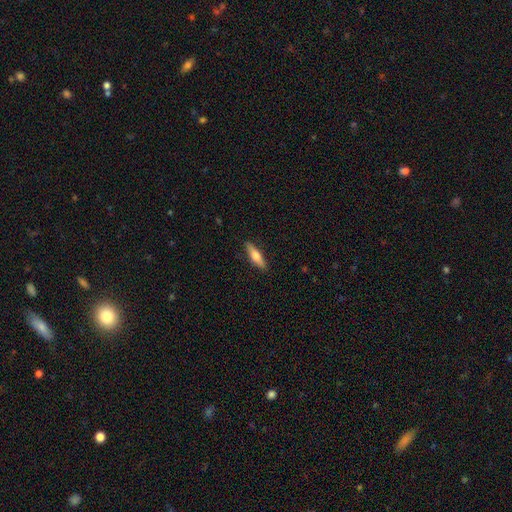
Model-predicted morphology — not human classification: Smooth or featured? Predicted: smooth (p=0.60). How rounded? Predicted: cigar-shaped (p=0.69). Merging? Predicted: none (p=0.89).